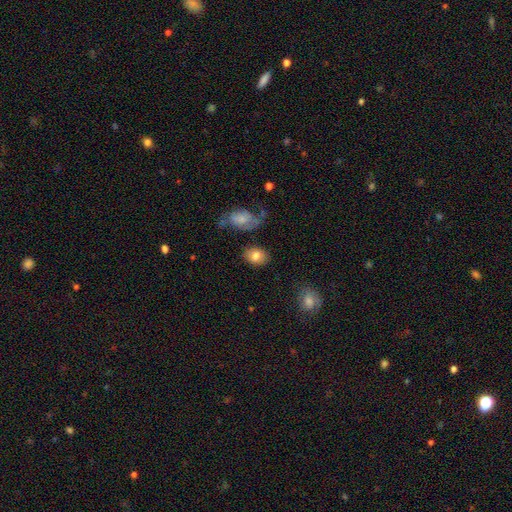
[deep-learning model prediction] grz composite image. It shows a smooth galaxy with no disk features (80%) that is in between round and cigar-shaped (67%). Merging: none (79%).